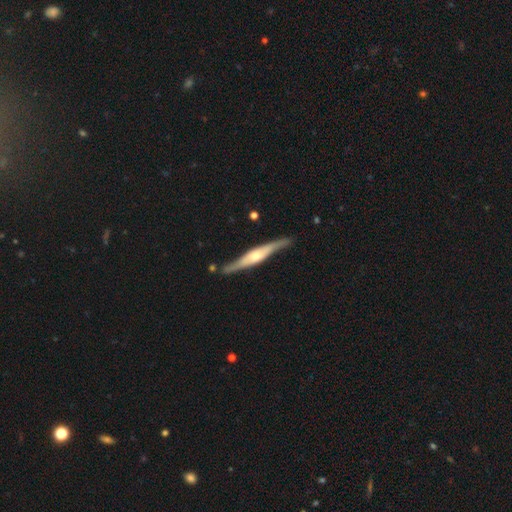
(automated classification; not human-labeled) This is likely a featured or disk galaxy (74%). It is clearly viewed edge-on (94%). Edge-on bulge: likely rounded (74%). Merging: clearly none (83%).